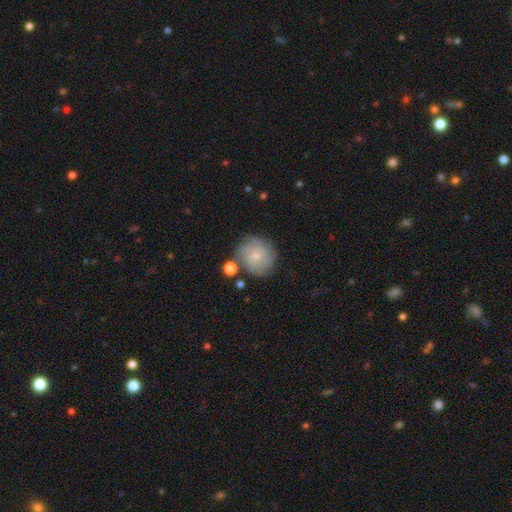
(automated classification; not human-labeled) smooth 48%, featured or disk 43%, star or artifact 9%. Down the decision tree: merging — none (68%).